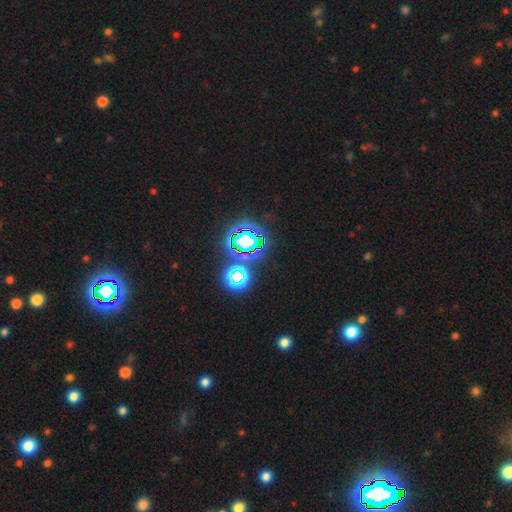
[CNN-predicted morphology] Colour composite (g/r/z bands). It shows a star or artifact, not a galaxy (76%).